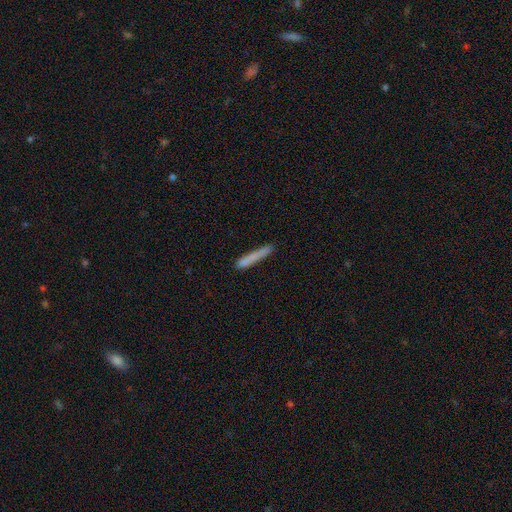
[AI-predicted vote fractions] Smooth or featured: smooth — 77% (featured or disk — 15%)
How rounded: cigar-shaped — 95% (in between — 4%)
Merging: none — 81% (minor disturbance — 14%)